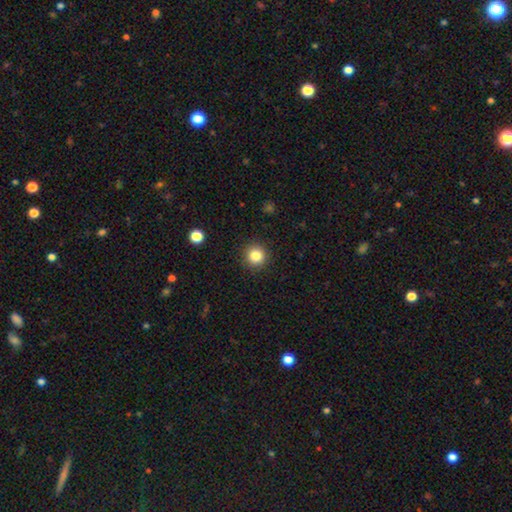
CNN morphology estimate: Smooth or featured: smooth — 83% (star or artifact — 11%)
How rounded: round — 95% (in between — 4%)
Merging: none — 91% (minor disturbance — 6%)